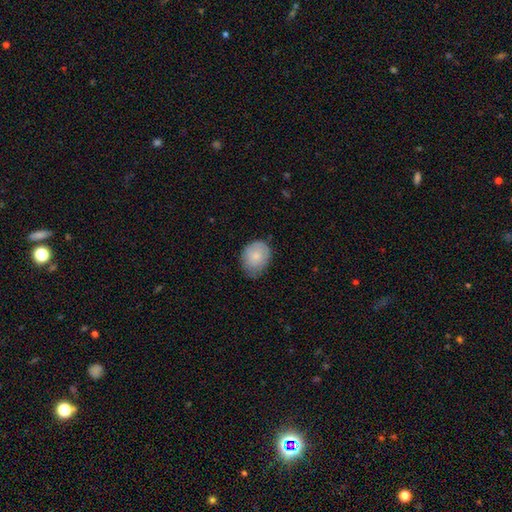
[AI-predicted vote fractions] A smooth galaxy with no disk features (80%) that is in between round and cigar-shaped (52%).

Vote fractions:
- Smooth or featured? smooth: 80% / featured or disk: 13% / star or artifact: 7%
- How rounded? in between: 52% / round: 47% / cigar-shaped: 1%
- Merging? none: 59% / minor disturbance: 33% / major disturbance: 6% / merger: 1%